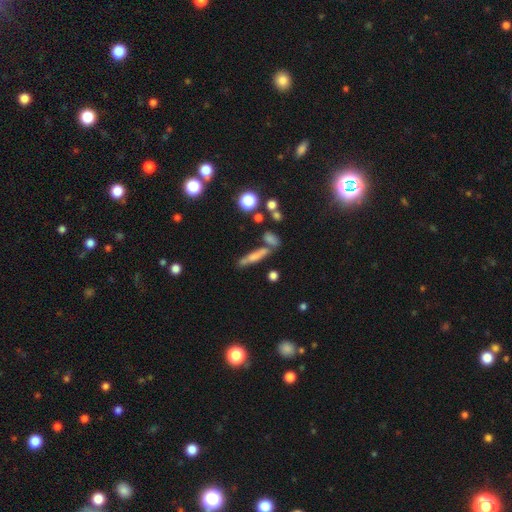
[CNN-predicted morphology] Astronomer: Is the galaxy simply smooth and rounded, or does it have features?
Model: smooth — 60%.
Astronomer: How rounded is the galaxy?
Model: cigar-shaped — 78%.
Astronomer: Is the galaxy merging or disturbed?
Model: none — 64%.